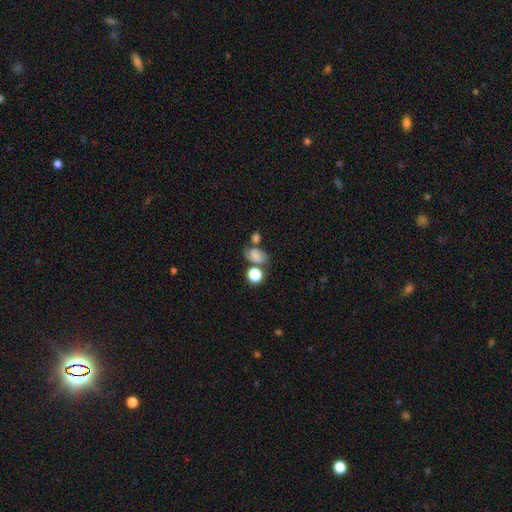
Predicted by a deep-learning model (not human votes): smooth 67%, featured or disk 19%, star or artifact 14%. Down the decision tree: how rounded — in between (71%); merging — none (40%).